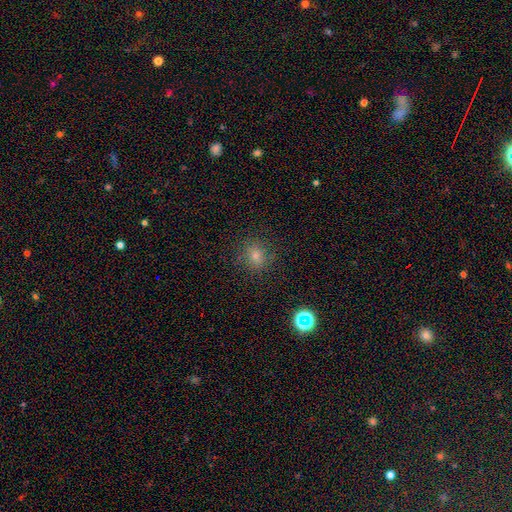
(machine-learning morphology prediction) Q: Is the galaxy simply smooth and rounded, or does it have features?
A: smooth — 69%.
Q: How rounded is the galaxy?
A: round — 84%.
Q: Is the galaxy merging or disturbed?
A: none — 87%.